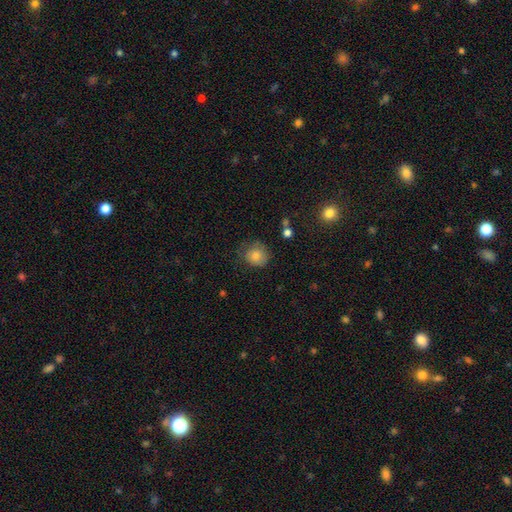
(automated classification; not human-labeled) Smooth or featured: smooth — 76% (featured or disk — 14%)
How rounded: round — 84% (in between — 15%)
Merging: none — 65% (minor disturbance — 24%)